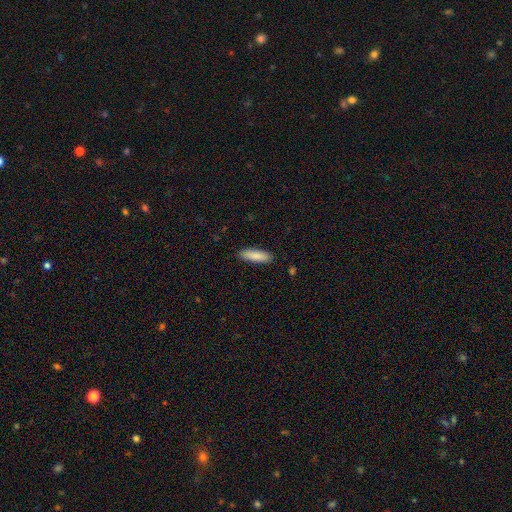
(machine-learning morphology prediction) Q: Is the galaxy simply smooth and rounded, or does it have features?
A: smooth — 88%.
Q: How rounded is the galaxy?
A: cigar-shaped — 56%.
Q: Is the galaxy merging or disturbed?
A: none — 89%.